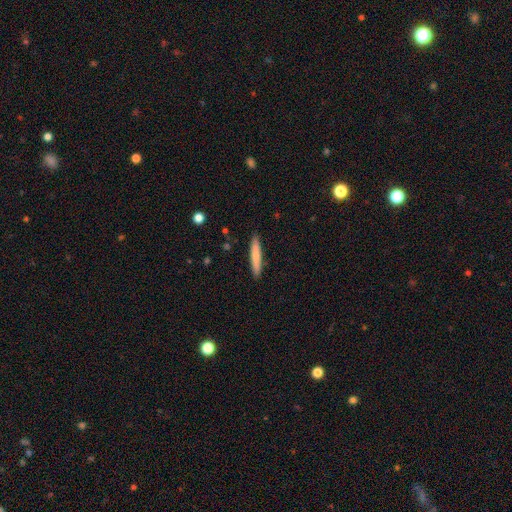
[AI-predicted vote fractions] smooth_or_featured: smooth (p=0.76) [alt: featured or disk p=0.18]
how_rounded: cigar-shaped (p=0.93) [alt: in between p=0.06]
merging: none (p=0.90) [alt: minor disturbance p=0.07]